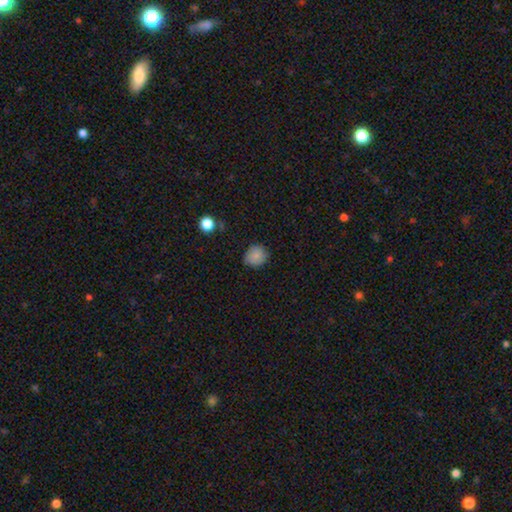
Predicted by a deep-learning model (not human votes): Smooth or featured?
  - smooth: 83% *
  - star or artifact: 10%
  - featured or disk: 8%
How rounded?
  - round: 85% *
  - in between: 14%
  - cigar-shaped: 1%
Merging?
  - none: 79% *
  - minor disturbance: 17%
  - major disturbance: 3%
  - merger: 1%